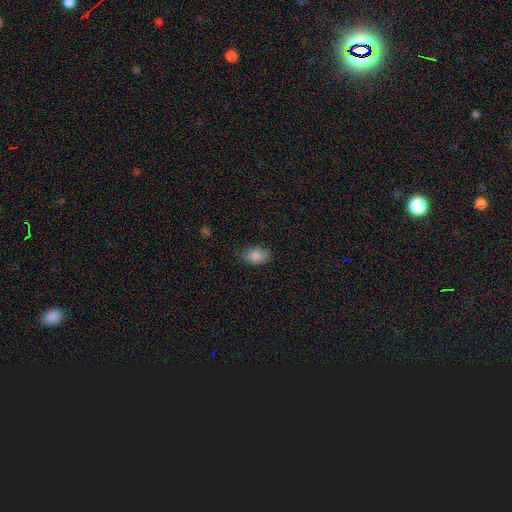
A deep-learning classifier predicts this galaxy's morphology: Overall: smooth (86%). How rounded: in between (87%). Merging: none (69%).